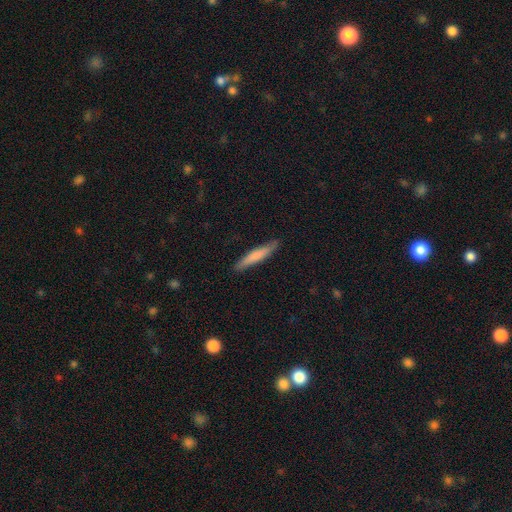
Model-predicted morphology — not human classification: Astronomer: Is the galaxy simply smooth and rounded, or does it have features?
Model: smooth — 71%.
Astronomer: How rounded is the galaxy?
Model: cigar-shaped — 93%.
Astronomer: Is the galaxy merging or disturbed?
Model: none — 87%.